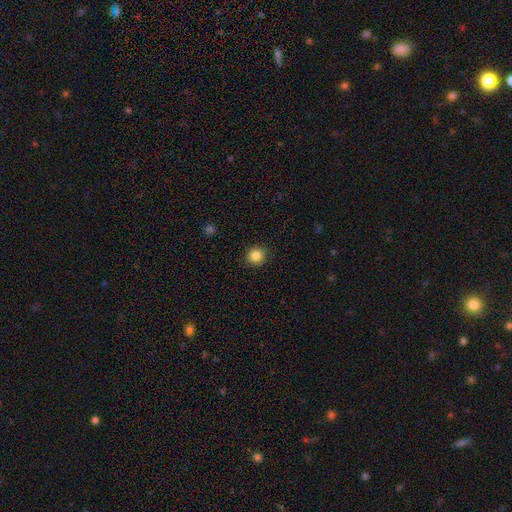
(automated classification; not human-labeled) smooth_or_featured: smooth (p=0.85) [alt: star or artifact p=0.10]
how_rounded: round (p=0.93) [alt: in between p=0.06]
merging: none (p=0.91) [alt: minor disturbance p=0.06]